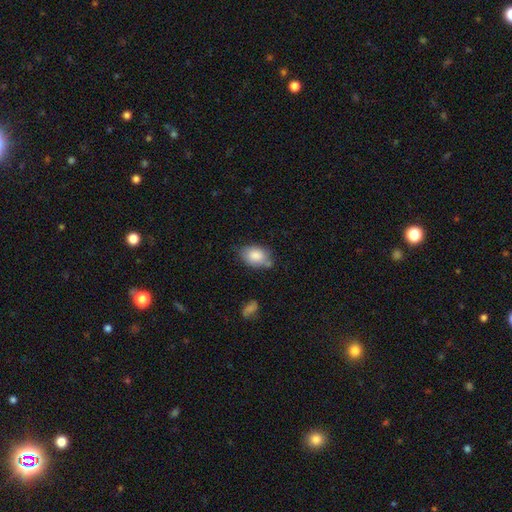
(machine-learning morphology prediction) smooth_or_featured: smooth (p=0.84) [alt: featured or disk p=0.09]
how_rounded: in between (p=0.86) [alt: round p=0.13]
merging: none (p=0.61) [alt: minor disturbance p=0.26]